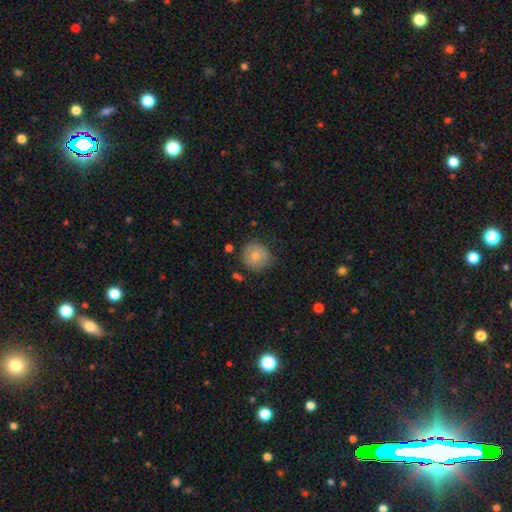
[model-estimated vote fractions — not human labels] Smooth or featured? Predicted: smooth (p=0.72). How rounded? Predicted: round (p=0.92). Merging? Predicted: none (p=0.77).